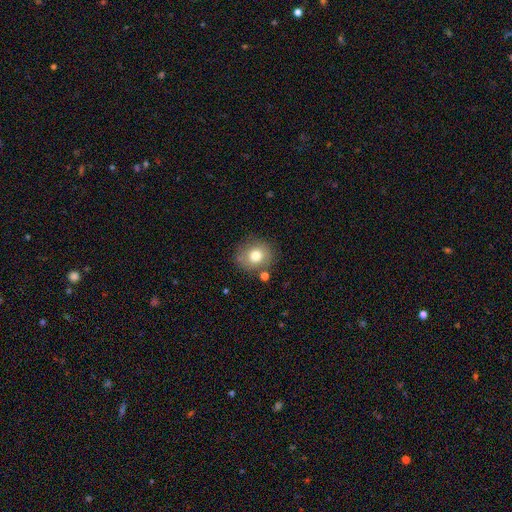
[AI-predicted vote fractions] Smooth or featured: smooth — 74% (featured or disk — 15%)
How rounded: round — 80% (in between — 19%)
Merging: none — 78% (minor disturbance — 13%)